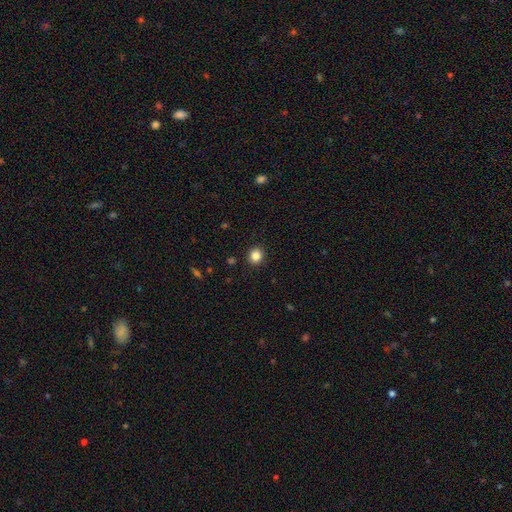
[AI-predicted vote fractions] A smooth galaxy with no disk features (84%) that is round (85%). Merging: none (92%).